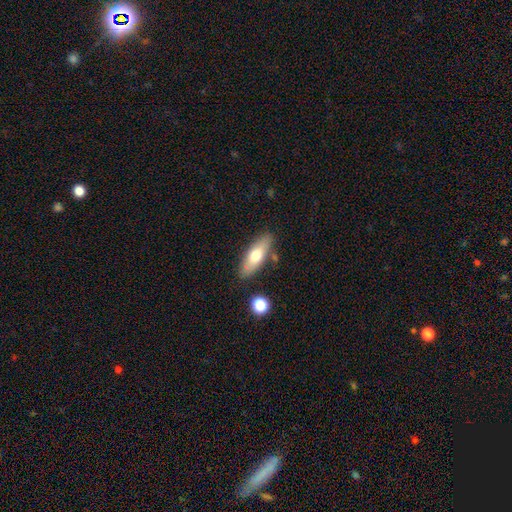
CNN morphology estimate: Overall: smooth (65%; featured or disk 28%). How rounded: in between (61%; cigar-shaped 37%). Merging: none (79%).